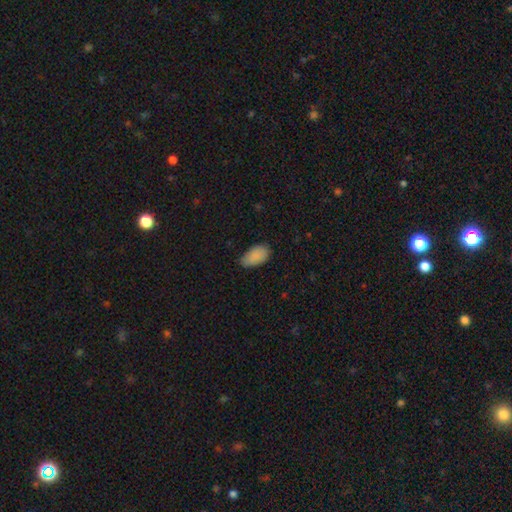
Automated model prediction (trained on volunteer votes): Morphology: type=smooth (89%); roundness=in between (94%); merging=none (68%).